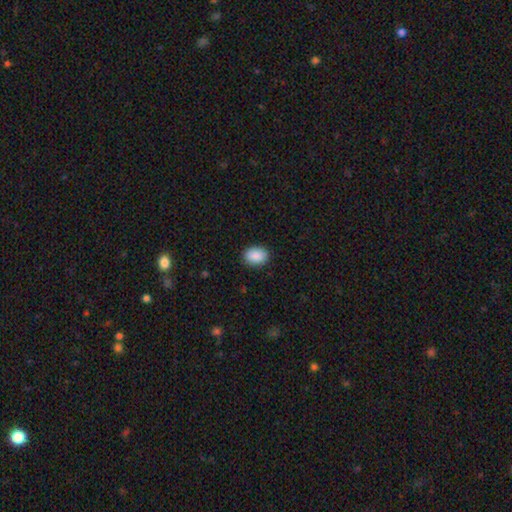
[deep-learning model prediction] This is clearly a smooth galaxy (90%). How rounded: clearly in between (81%). Merging: clearly none (89%).